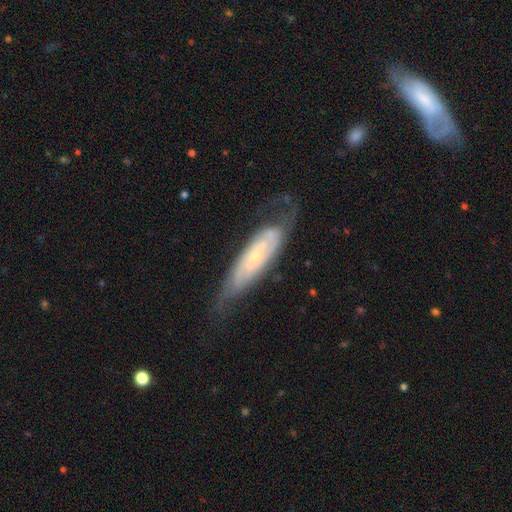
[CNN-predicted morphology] Smooth or featured: featured or disk — 75% (smooth — 18%)
Edge-on disk: no — 79% (yes — 21%)
Bar: no — 71% (weak — 22%)
Spiral arms: yes — 87% (no — 13%)
Spiral winding: tight — 59% (medium — 30%)
Spiral arm count: can't tell — 47% (2 — 38%)
Bulge size: small — 77% (moderate — 17%)
Merging: none — 61% (minor disturbance — 24%)